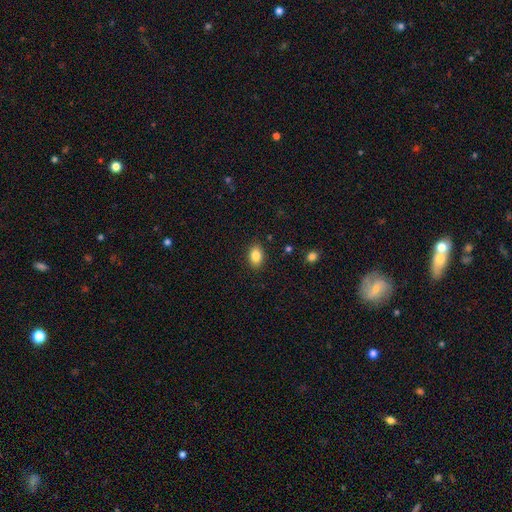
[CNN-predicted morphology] smooth-or-featured: smooth: 85% | star or artifact: 9% | featured or disk: 6%
  how-rounded: in between: 84% | round: 15% | cigar-shaped: 1%
  merging: none: 88% | minor disturbance: 9% | major disturbance: 2% | merger: 1%